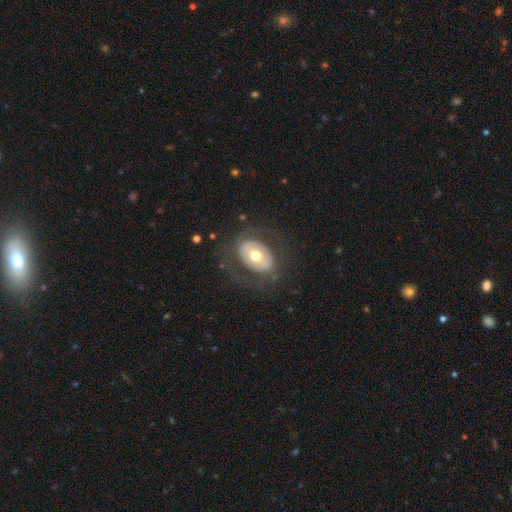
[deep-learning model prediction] This appears to be a featured or disk galaxy (49%). Merging: none (72%).